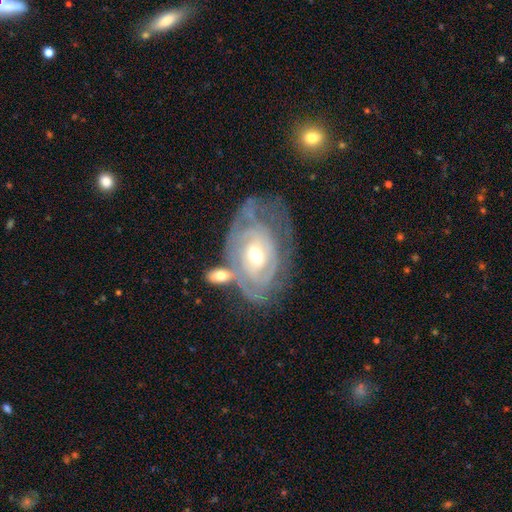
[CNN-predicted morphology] Overall: featured or disk (83%). Edge-on disk: no (94%). Bar: no (53%; weak 36%). Spiral arms: yes (87%). Spiral arm count: can't tell (51%; 2 22%). Spiral winding: tight (72%). Bulge size: moderate (61%; small 33%). Merging: none (38%; minor disturbance 22%).